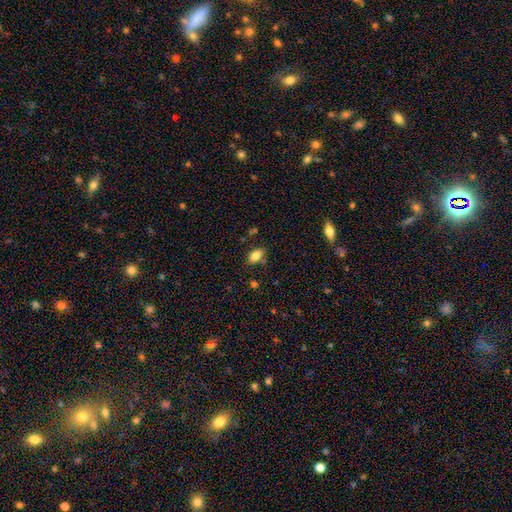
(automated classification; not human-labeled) This appears to be a smooth galaxy with no disk features (82%) that is in between round and cigar-shaped (88%). Merging: none (77%).